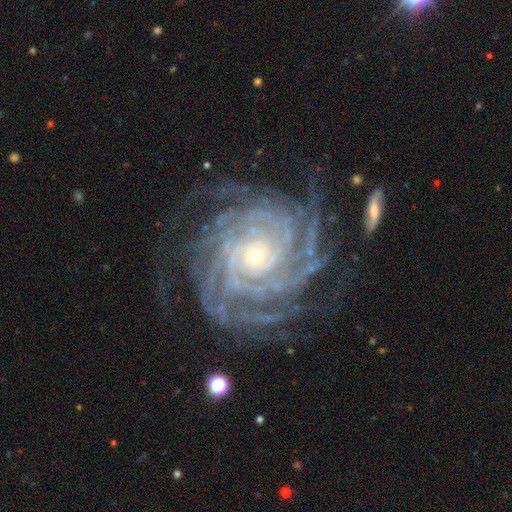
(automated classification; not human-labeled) smooth_or_featured: featured or disk (p=0.92) [alt: star or artifact p=0.05]
disk_edge_on: no (p=0.98) [alt: yes p=0.02]
bar: no (p=0.76) [alt: weak p=0.16]
has_spiral_arms: yes (p=0.99) [alt: no p=0.01]
spiral_winding: tight (p=0.81) [alt: medium p=0.16]
spiral_arm_count: more than 4 (p=0.35) [alt: 4 p=0.20]
bulge_size: small (p=0.77) [alt: moderate p=0.19]
merging: none (p=0.75) [alt: minor disturbance p=0.15]